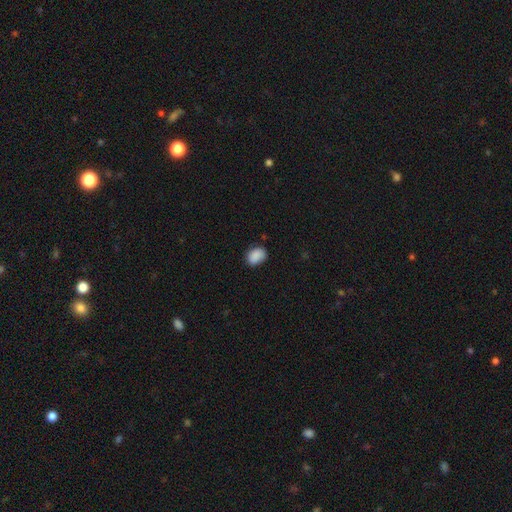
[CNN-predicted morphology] Smooth or featured?
  - smooth: 88% *
  - star or artifact: 8%
  - featured or disk: 4%
How rounded?
  - in between: 68% *
  - round: 31%
  - cigar-shaped: 1%
Merging?
  - none: 75% *
  - minor disturbance: 20%
  - major disturbance: 4%
  - merger: 2%